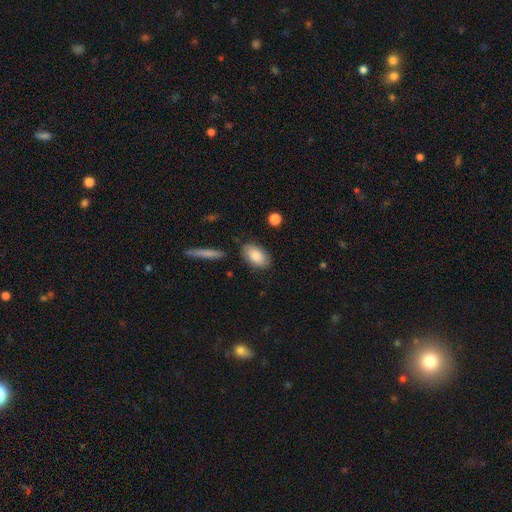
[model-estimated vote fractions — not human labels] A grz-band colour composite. It shows a smooth galaxy with no disk features (85%) that is in between round and cigar-shaped (91%). Merging: none (82%).